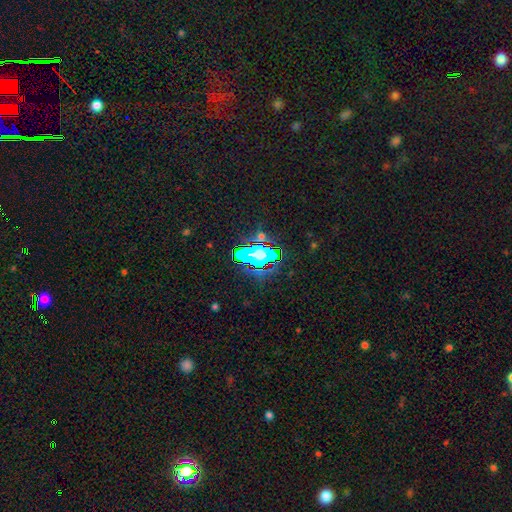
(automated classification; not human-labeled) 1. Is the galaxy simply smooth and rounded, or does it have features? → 48% star or artifact, 35% smooth, 17% featured or disk.